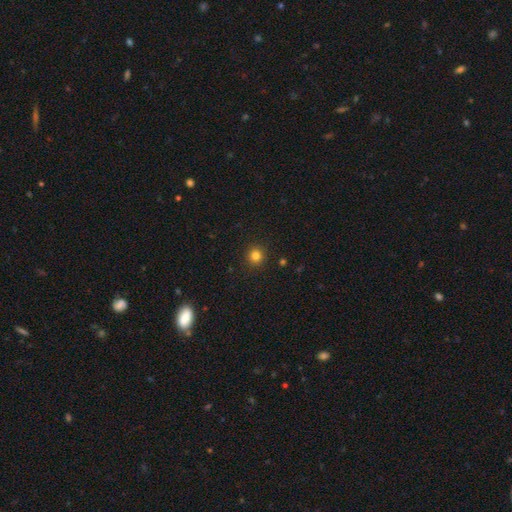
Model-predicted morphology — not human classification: A smooth galaxy with no disk features (81%) that is round (93%). Merging: none (92%).